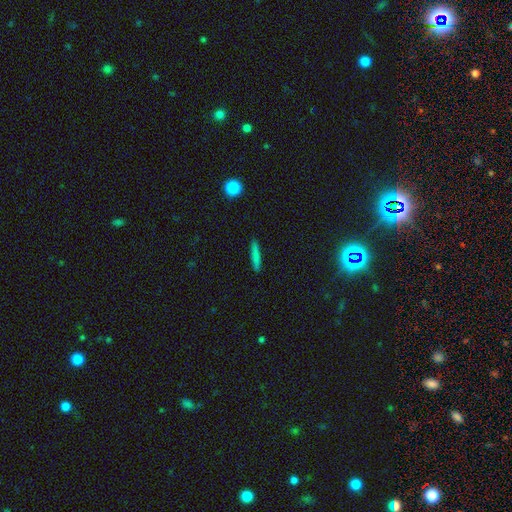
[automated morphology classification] smooth_or_featured: smooth (p=0.79) [alt: featured or disk p=0.13]
how_rounded: cigar-shaped (p=0.92) [alt: in between p=0.06]
merging: none (p=0.90) [alt: minor disturbance p=0.07]